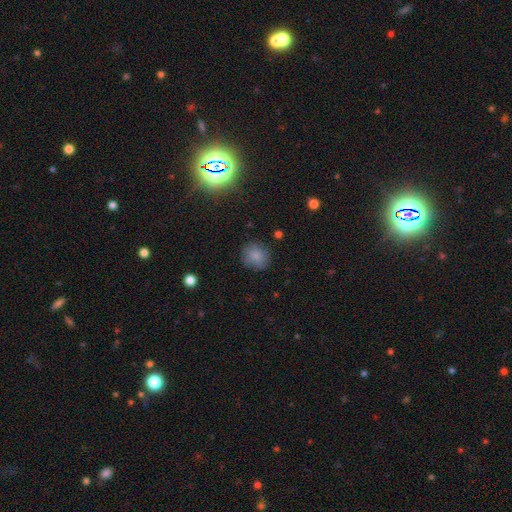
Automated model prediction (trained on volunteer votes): Smooth or featured?
  - smooth: 83% *
  - star or artifact: 10%
  - featured or disk: 7%
How rounded?
  - round: 87% *
  - in between: 12%
  - cigar-shaped: 1%
Merging?
  - none: 83% *
  - minor disturbance: 12%
  - major disturbance: 3%
  - merger: 1%